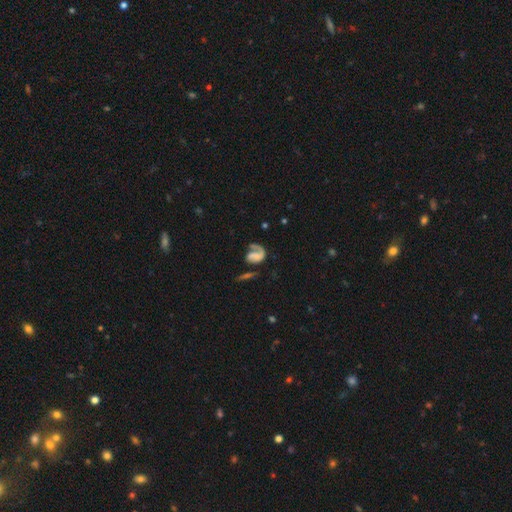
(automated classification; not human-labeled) This appears to be a featured or disk galaxy (64%) with no bar (68%), spiral arms (80%) and no central bulge (57%). Merging: none (37%).